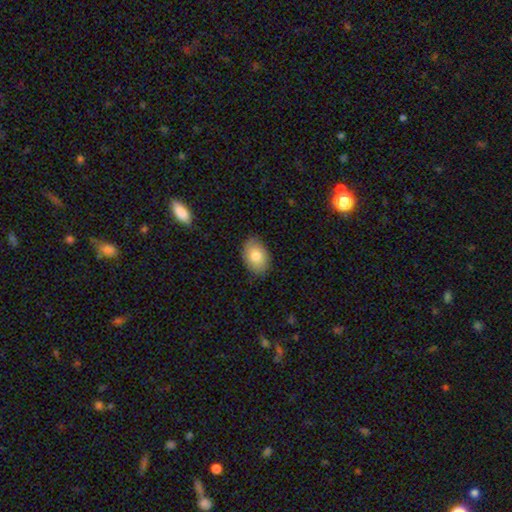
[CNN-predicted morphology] A smooth galaxy with no disk features (82%) that is in between round and cigar-shaped (84%).

Vote fractions:
- Smooth or featured? smooth: 82% / featured or disk: 11% / star or artifact: 7%
- How rounded? in between: 84% / round: 15% / cigar-shaped: 1%
- Merging? none: 84% / minor disturbance: 13% / major disturbance: 2% / merger: 1%